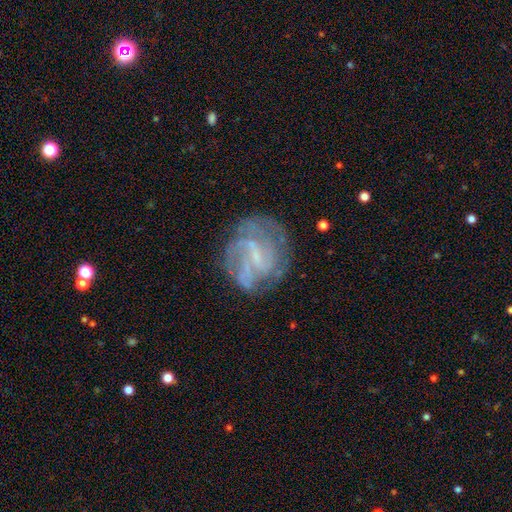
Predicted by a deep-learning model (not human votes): smooth-or-featured: featured or disk: 75% | smooth: 15% | star or artifact: 10%
  disk-edge-on: no: 97% | yes: 3%
    bar: weak: 51% | no: 26% | strong: 23%
    has-spiral-arms: yes: 79% | no: 21%
      spiral-winding: tight: 42% | medium: 37% | loose: 20%
      spiral-arm-count: can't tell: 42% | 3: 18% | 2: 17% | 4: 11% | 1: 6% | more than 4: 5%
    bulge-size: small: 55% | none: 31% | moderate: 12% | large: 1% | dominant: 1%
  merging: none: 66% | minor disturbance: 18% | major disturbance: 14% | merger: 2%